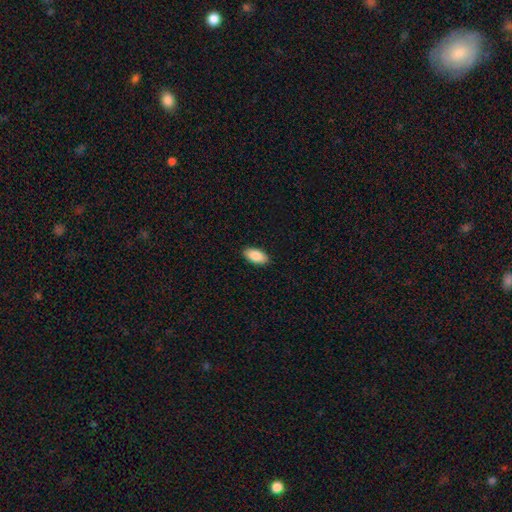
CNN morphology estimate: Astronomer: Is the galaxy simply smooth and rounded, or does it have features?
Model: smooth — 88%.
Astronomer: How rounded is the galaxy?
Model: in between — 94%.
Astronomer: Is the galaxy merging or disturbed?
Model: none — 90%.